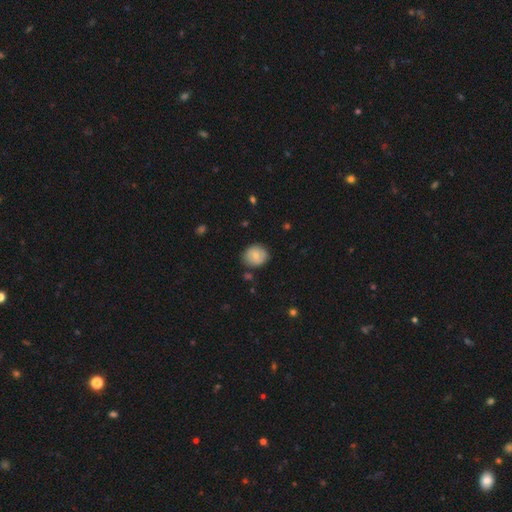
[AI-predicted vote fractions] smooth-or-featured: smooth: 71% | featured or disk: 21% | star or artifact: 8%
  how-rounded: round: 73% | in between: 26% | cigar-shaped: 1%
  merging: none: 78% | minor disturbance: 17% | major disturbance: 3% | merger: 2%